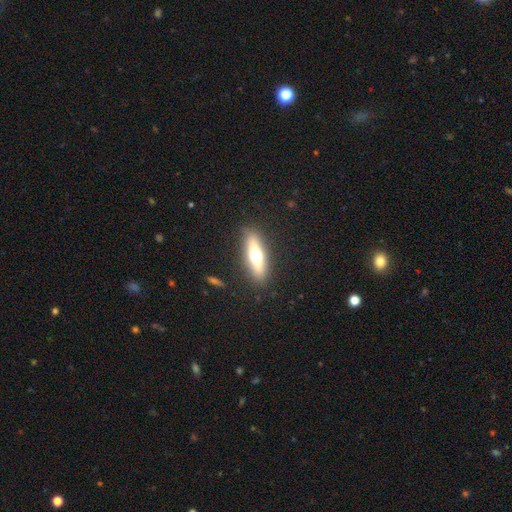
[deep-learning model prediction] A smooth galaxy with no disk features (49%).

Vote fractions:
- Smooth or featured? smooth: 49% / featured or disk: 44% / star or artifact: 7%
- Merging? none: 87% / minor disturbance: 9% / major disturbance: 3% / merger: 1%